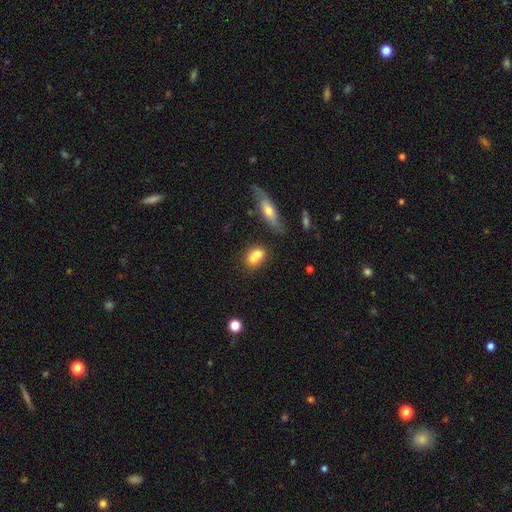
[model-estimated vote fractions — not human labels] Q: Smooth or featured?
A: smooth (70%); runner-up: featured or disk (20%)
Q: How rounded?
A: in between (60%); runner-up: round (36%)
Q: Merging?
A: merger (54%); runner-up: none (30%)